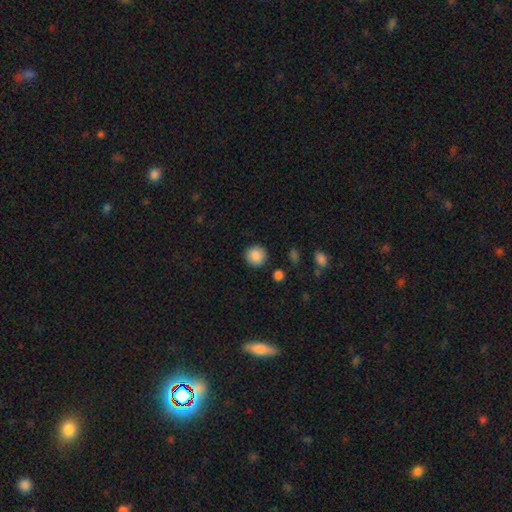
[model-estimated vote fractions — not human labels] Q: Smooth or featured?
A: smooth (88%); runner-up: star or artifact (8%)
Q: How rounded?
A: round (92%); runner-up: in between (7%)
Q: Merging?
A: none (90%); runner-up: minor disturbance (6%)